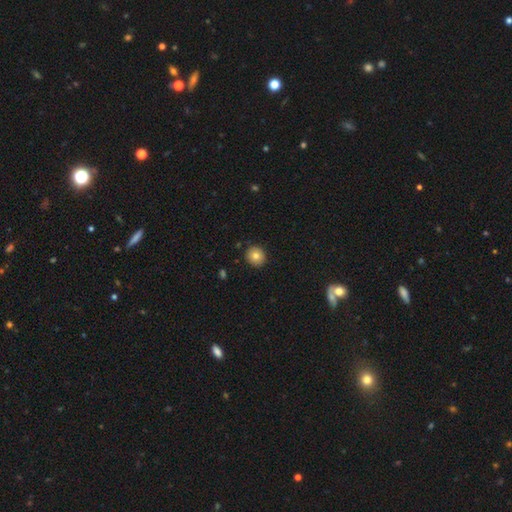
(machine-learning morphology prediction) type=smooth (80%); roundness=round (86%); merging=none (90%).